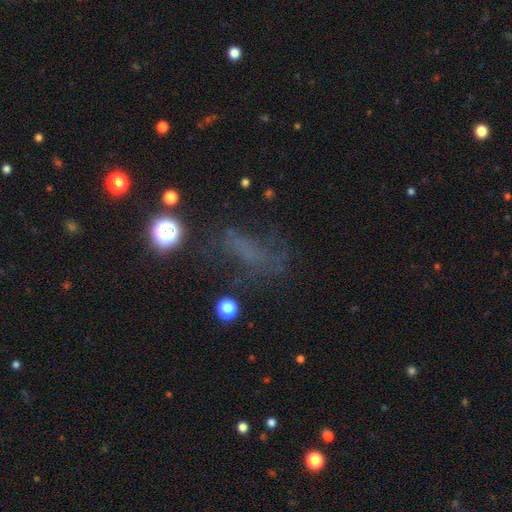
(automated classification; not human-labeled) smooth-or-featured: smooth: 38% | star or artifact: 33% | featured or disk: 29%
  merging: none: 45% | major disturbance: 29% | minor disturbance: 21% | merger: 4%